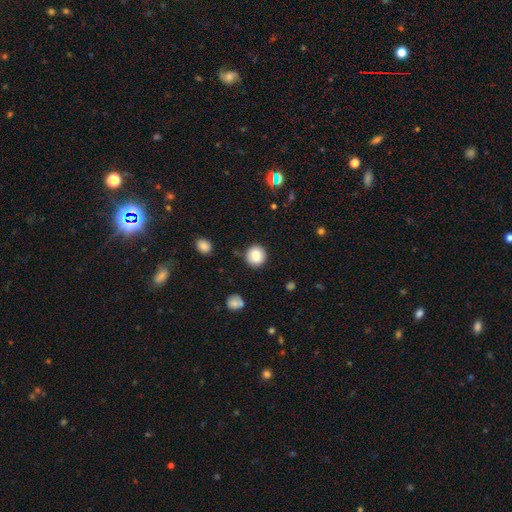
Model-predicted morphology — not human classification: This appears to be a smooth galaxy with no disk features (82%) that is round (93%). Merging: none (89%).